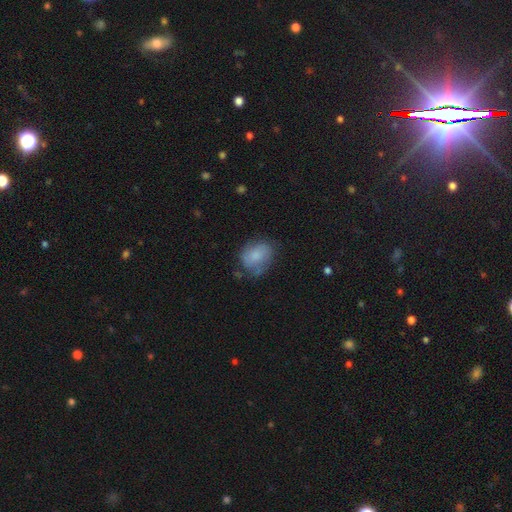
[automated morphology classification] smooth 69%, featured or disk 23%, star or artifact 8%. Down the decision tree: how rounded — in between (57%); merging — none (55%).